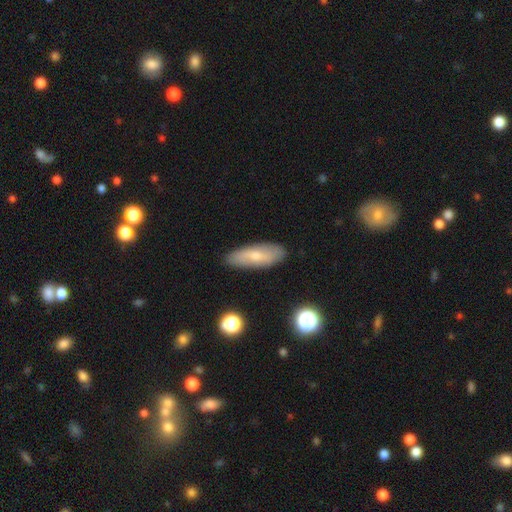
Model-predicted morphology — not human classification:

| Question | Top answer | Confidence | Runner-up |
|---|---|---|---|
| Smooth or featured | smooth | 62% | featured or disk (30%) |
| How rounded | in between | 60% | cigar-shaped (37%) |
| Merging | none | 84% | minor disturbance (12%) |